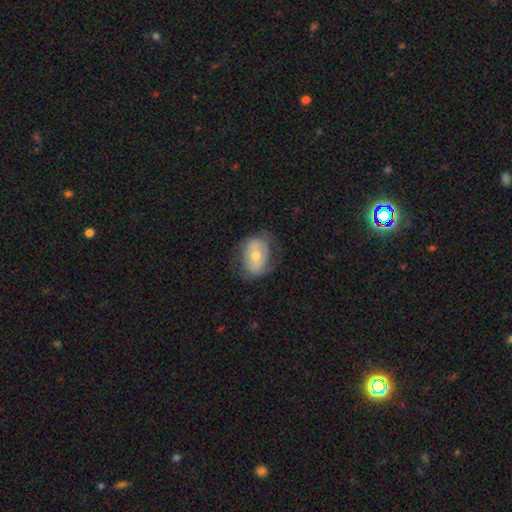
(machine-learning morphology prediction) smooth 46% (tied), featured or disk 46% (tied), star or artifact 8%. Down the decision tree: merging — none (65%).